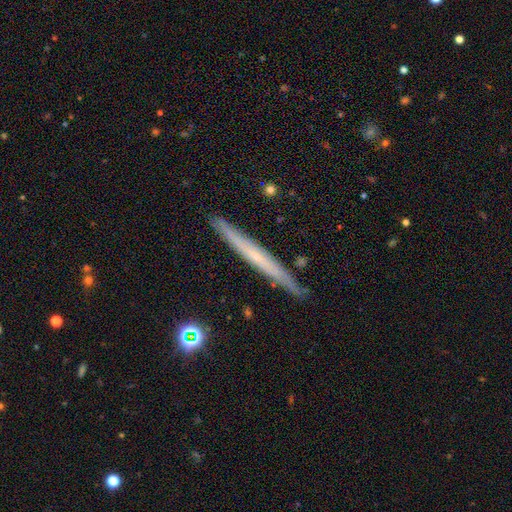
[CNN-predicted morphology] type=featured or disk (58%); edge-on=yes (94%); edge-on bulge=none (75%); merging=none (88%).